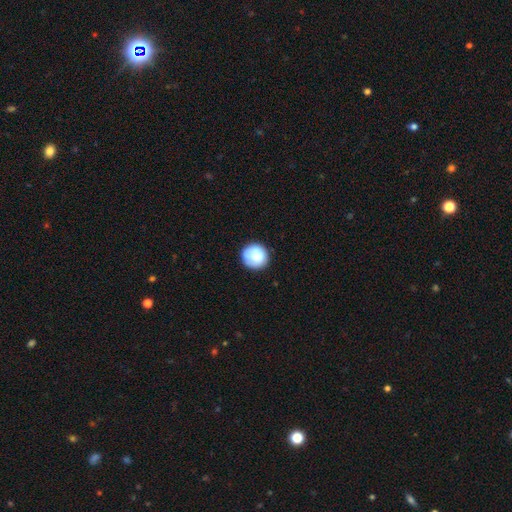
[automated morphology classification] smooth-or-featured: smooth: 82% | featured or disk: 11% | star or artifact: 8%
  how-rounded: round: 94% | in between: 5% | cigar-shaped: 1%
  merging: none: 83% | minor disturbance: 13% | major disturbance: 3% | merger: 1%